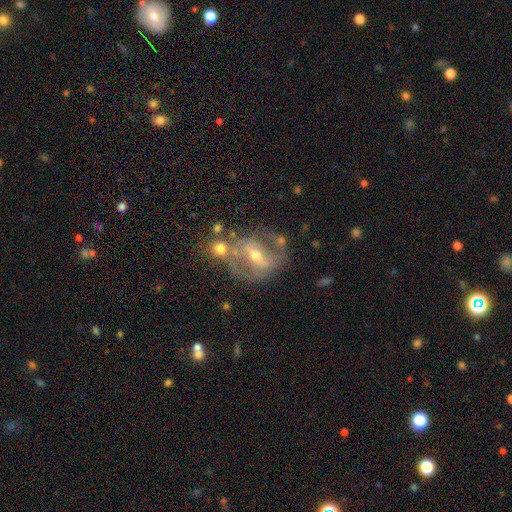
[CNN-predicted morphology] Smooth or featured? featured or disk (78%)
Edge-on disk? no (94%)
Bar? strong (52%)
Spiral arms? yes (74%)
Spiral winding? medium (48%)
Spiral arm count? 2 (78%)
Bulge size? moderate (63%)
Merging? none (53%)